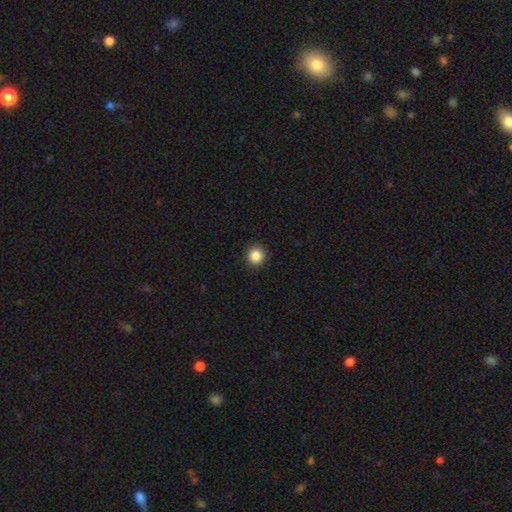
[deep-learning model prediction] Q: Smooth or featured?
A: smooth (86%); runner-up: star or artifact (10%)
Q: How rounded?
A: round (94%); runner-up: in between (5%)
Q: Merging?
A: none (92%); runner-up: minor disturbance (5%)